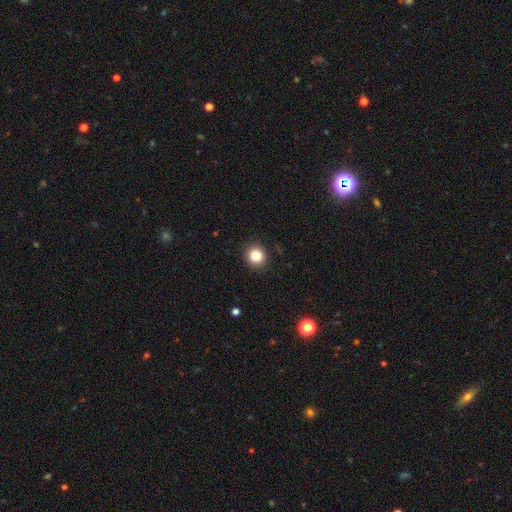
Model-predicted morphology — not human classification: A smooth galaxy with no disk features (84%) that is round (87%). Merging: none (91%).